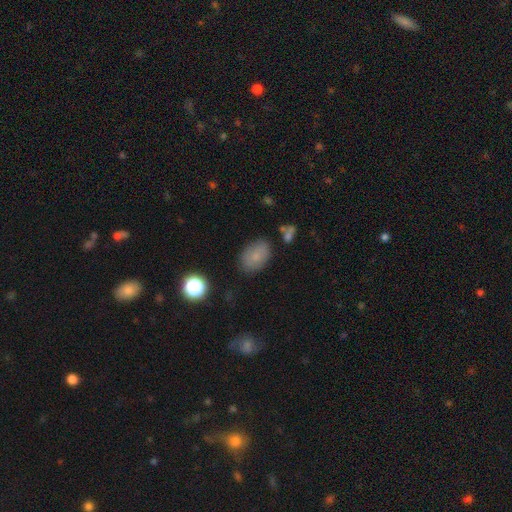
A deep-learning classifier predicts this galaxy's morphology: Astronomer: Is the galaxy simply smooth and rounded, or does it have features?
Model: smooth — 79%.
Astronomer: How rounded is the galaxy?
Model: in between — 84%.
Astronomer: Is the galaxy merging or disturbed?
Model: none — 77%.